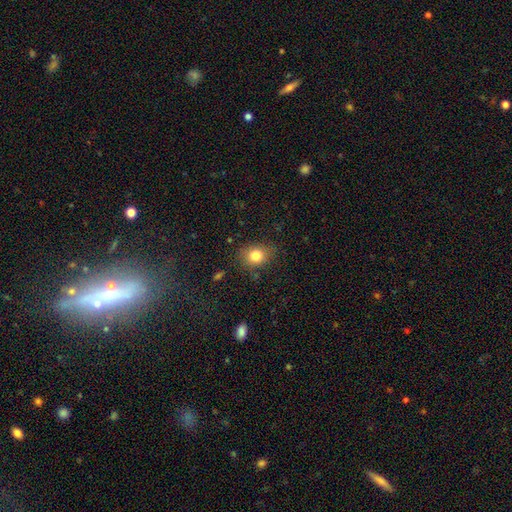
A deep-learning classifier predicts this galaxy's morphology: This appears to be a smooth galaxy with no disk features (81%) that is round (54%). Merging: none (76%).